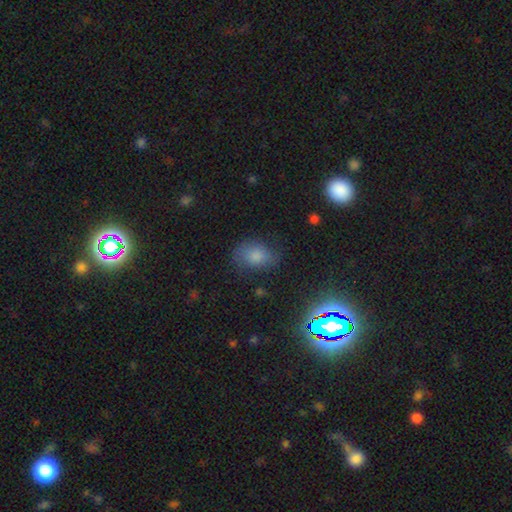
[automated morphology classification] Smooth or featured?
  - smooth: 65% *
  - star or artifact: 22%
  - featured or disk: 13%
How rounded?
  - in between: 68% *
  - round: 30%
  - cigar-shaped: 1%
Merging?
  - none: 69% *
  - minor disturbance: 22%
  - major disturbance: 7%
  - merger: 2%